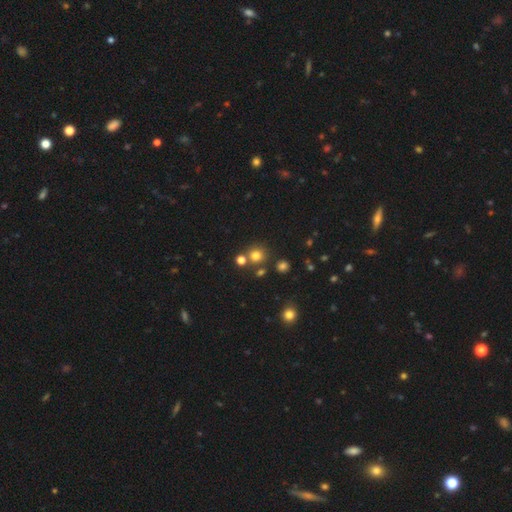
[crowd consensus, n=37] smooth 89%, featured or disk 5%, star or artifact 5%. Down the decision tree: how rounded — round (88%); merging — none (60%).